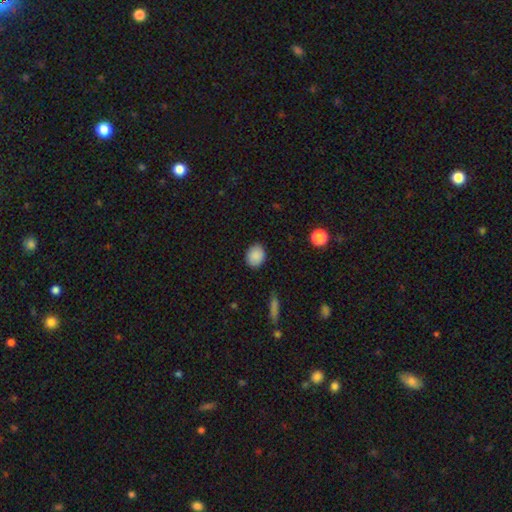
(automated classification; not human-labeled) smooth 89%, star or artifact 8%, featured or disk 3%. Down the decision tree: how rounded — round (55%); merging — none (87%).